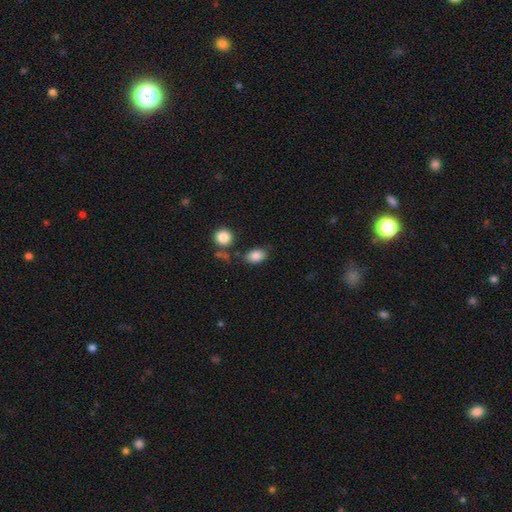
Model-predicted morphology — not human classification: Smooth or featured? Predicted: smooth (p=0.86). How rounded? Predicted: in between (p=0.86). Merging? Predicted: none (p=0.77).